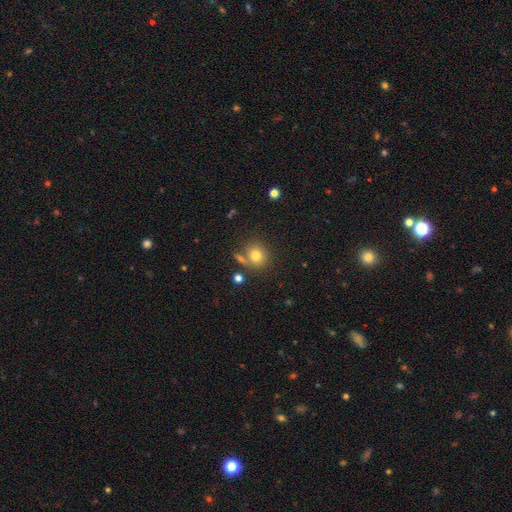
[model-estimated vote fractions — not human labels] Smooth or featured: smooth — 77% (star or artifact — 13%)
How rounded: round — 82% (in between — 17%)
Merging: none — 69% (merger — 15%)